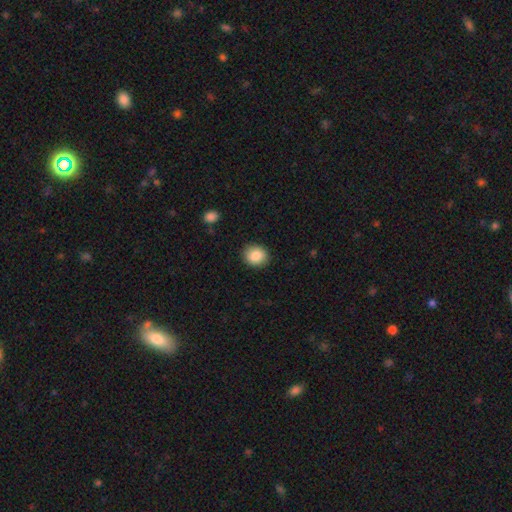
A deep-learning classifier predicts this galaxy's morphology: Smooth or featured: smooth — 86% (star or artifact — 8%)
How rounded: round — 69% (in between — 30%)
Merging: none — 89% (minor disturbance — 8%)